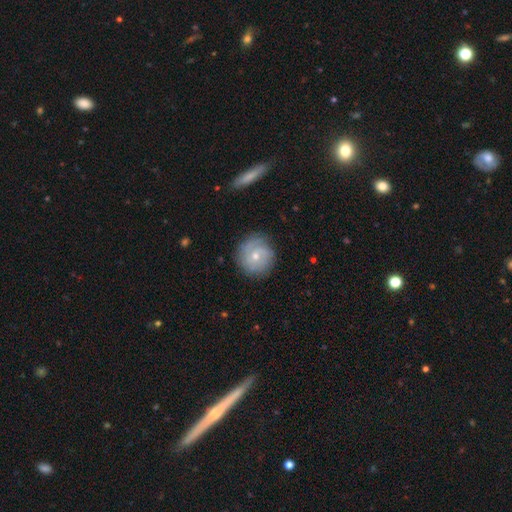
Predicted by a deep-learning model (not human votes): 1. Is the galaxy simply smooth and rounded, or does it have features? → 59% featured or disk, 33% smooth, 7% star or artifact.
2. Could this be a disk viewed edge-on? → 97% no, 3% yes.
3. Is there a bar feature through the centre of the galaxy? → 71% no, 25% weak, 4% strong.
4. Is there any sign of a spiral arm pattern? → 84% yes, 16% no.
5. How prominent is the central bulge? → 50% small, 47% moderate, 2% large, 1% none, 1% dominant.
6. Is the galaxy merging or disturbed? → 80% none, 14% minor disturbance, 5% major disturbance, 1% merger.